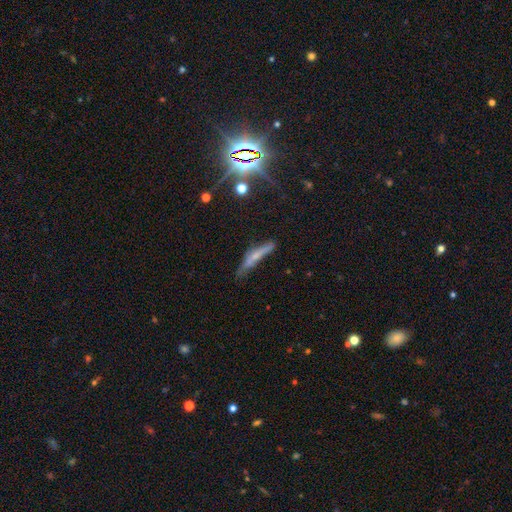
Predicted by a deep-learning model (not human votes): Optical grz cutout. It shows a smooth galaxy with no disk features (45%). Merging: none (49%).